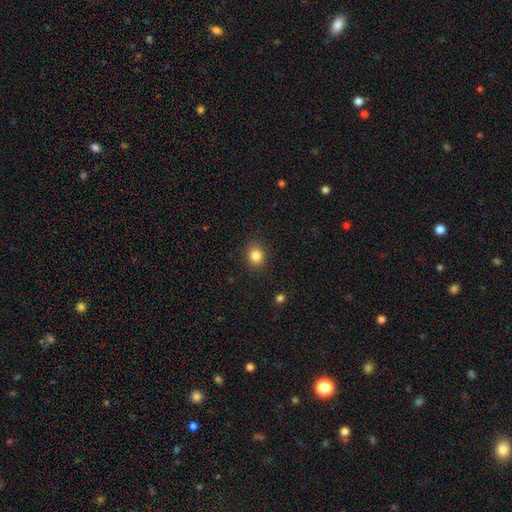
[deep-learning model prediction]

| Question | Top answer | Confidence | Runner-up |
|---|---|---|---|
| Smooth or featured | smooth | 84% | star or artifact (11%) |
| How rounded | round | 77% | in between (22%) |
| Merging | none | 89% | minor disturbance (8%) |